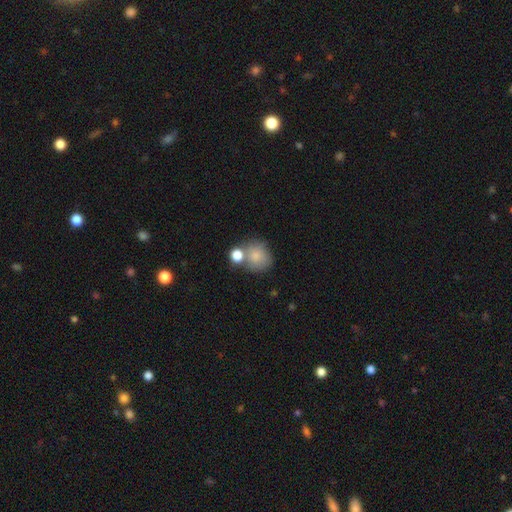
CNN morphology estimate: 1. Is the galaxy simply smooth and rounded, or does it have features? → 80% smooth, 10% featured or disk, 9% star or artifact.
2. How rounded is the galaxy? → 79% round, 20% in between, 1% cigar-shaped.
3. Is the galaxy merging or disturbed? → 49% none, 31% merger, 14% minor disturbance, 6% major disturbance.